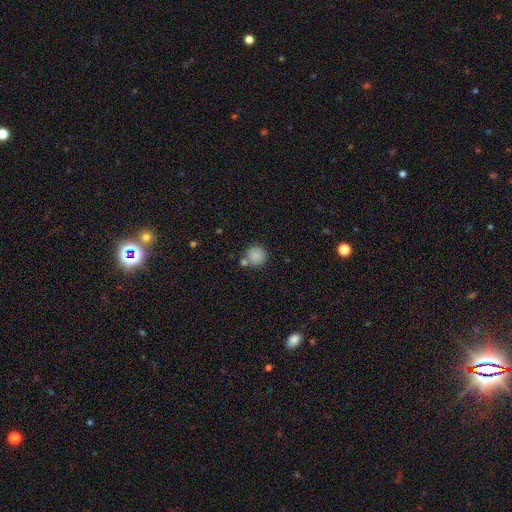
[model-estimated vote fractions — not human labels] A smooth galaxy with no disk features (86%) that is round (92%). Merging: none (70%).